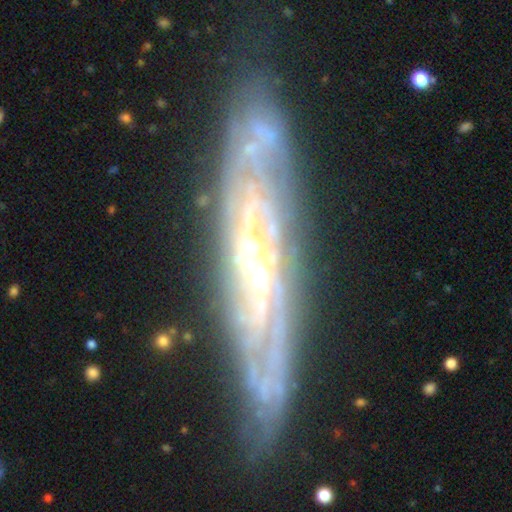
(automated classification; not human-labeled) smooth_or_featured: featured or disk (p=0.84) [alt: smooth p=0.09]
disk_edge_on: no (p=0.62) [alt: yes p=0.38]
bar: no (p=0.46) [alt: weak p=0.34]
has_spiral_arms: yes (p=0.91) [alt: no p=0.09]
bulge_size: small (p=0.47) [alt: moderate p=0.43]
merging: none (p=0.80) [alt: minor disturbance p=0.14]